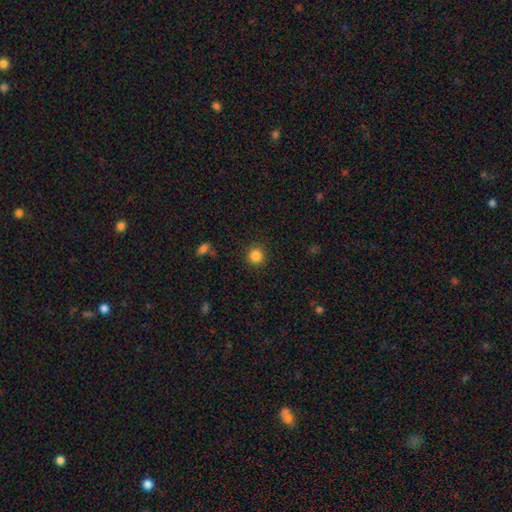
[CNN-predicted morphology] smooth-or-featured: smooth: 85% | star or artifact: 11% | featured or disk: 4%
  how-rounded: round: 93% | in between: 6% | cigar-shaped: 1%
  merging: none: 91% | minor disturbance: 6% | major disturbance: 2% | merger: 1%